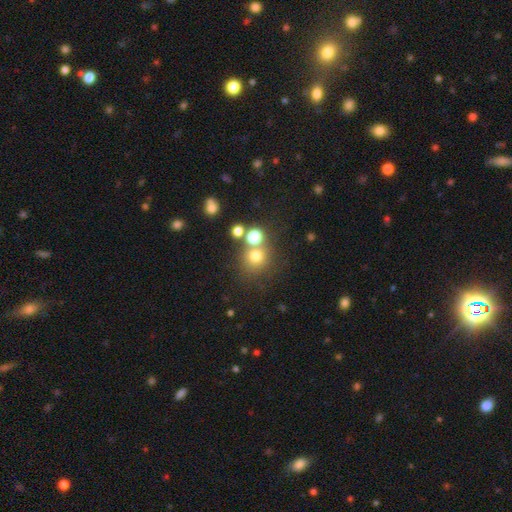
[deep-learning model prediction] A smooth galaxy with no disk features (71%) that is round (89%).

Vote fractions:
- Smooth or featured? smooth: 71% / star or artifact: 20% / featured or disk: 9%
- How rounded? round: 89% / in between: 10% / cigar-shaped: 1%
- Merging? none: 64% / merger: 23% / minor disturbance: 8% / major disturbance: 5%